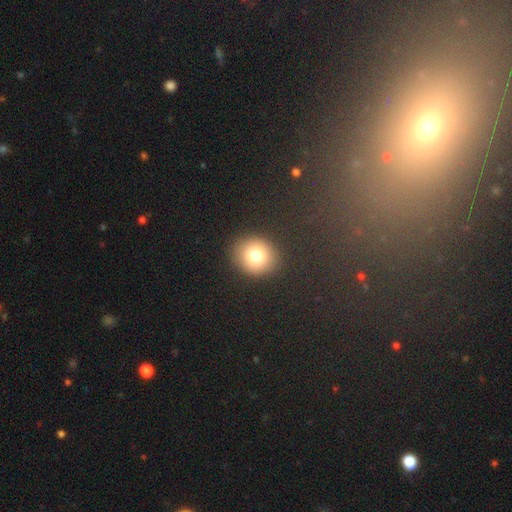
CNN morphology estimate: A smooth galaxy with no disk features (78%) that is round (82%). Merging: none (90%).